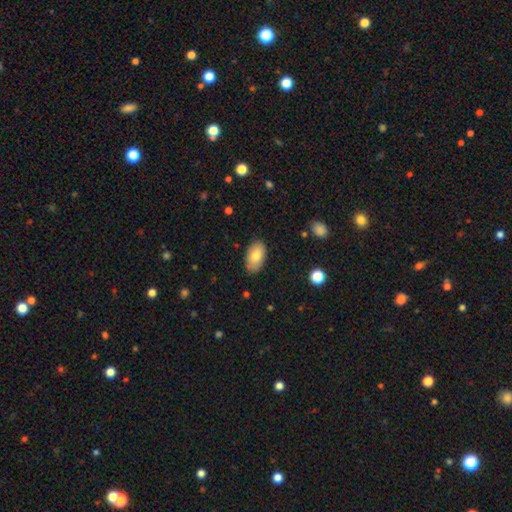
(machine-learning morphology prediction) smooth 79%, featured or disk 15%, star or artifact 7%. Down the decision tree: how rounded — in between (94%); merging — none (83%).